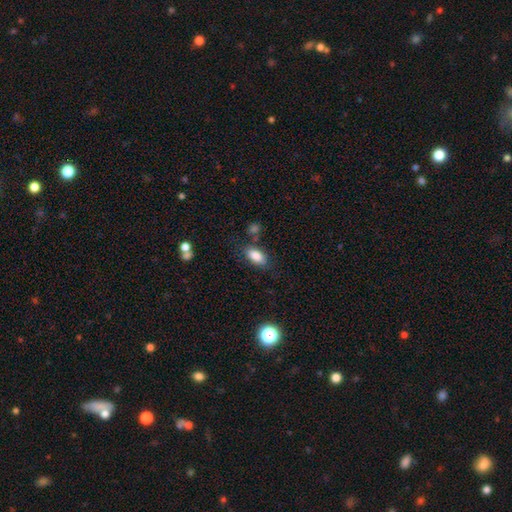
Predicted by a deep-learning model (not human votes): Smooth or featured?
  - smooth: 85% *
  - star or artifact: 8%
  - featured or disk: 7%
How rounded?
  - in between: 90% *
  - cigar-shaped: 5%
  - round: 5%
Merging?
  - none: 75% *
  - minor disturbance: 15%
  - merger: 6%
  - major disturbance: 4%